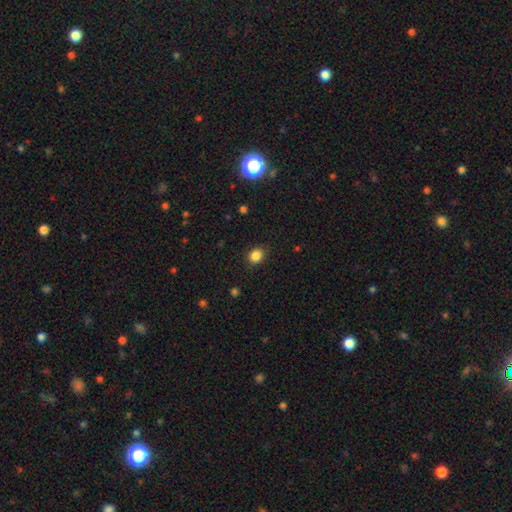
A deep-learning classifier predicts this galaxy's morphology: Q: Smooth or featured?
A: smooth (86%); runner-up: star or artifact (11%)
Q: How rounded?
A: round (61%); runner-up: in between (38%)
Q: Merging?
A: none (85%); runner-up: minor disturbance (11%)